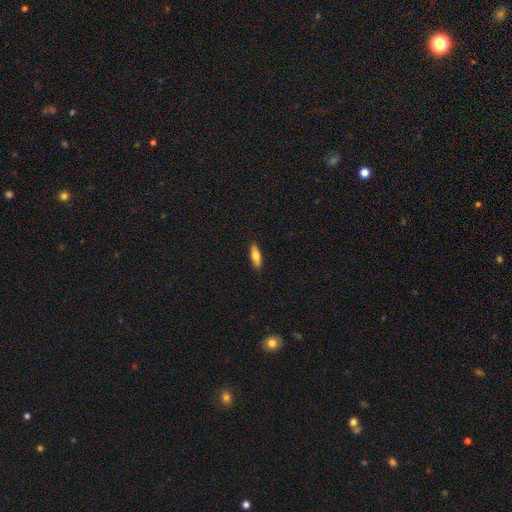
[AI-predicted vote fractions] This is likely a smooth galaxy (76%). How rounded: possibly in between (59%). Merging: clearly none (89%).